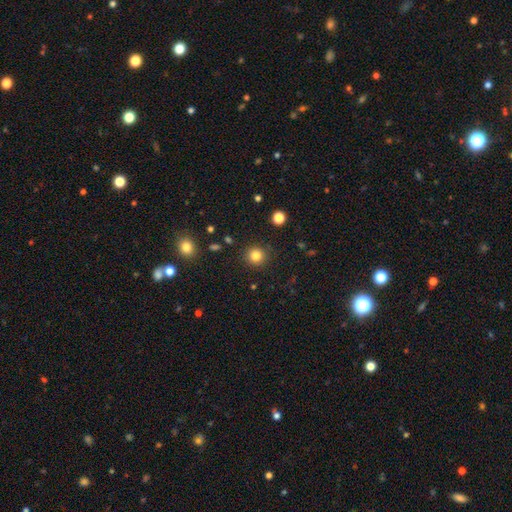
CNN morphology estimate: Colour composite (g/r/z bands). It shows a smooth galaxy with no disk features (83%) that is round (92%). Merging: none (89%).